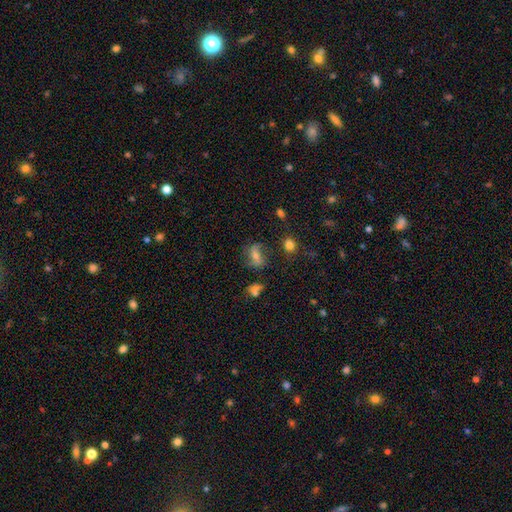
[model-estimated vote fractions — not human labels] A featured or disk galaxy (48%). Merging: none (66%).